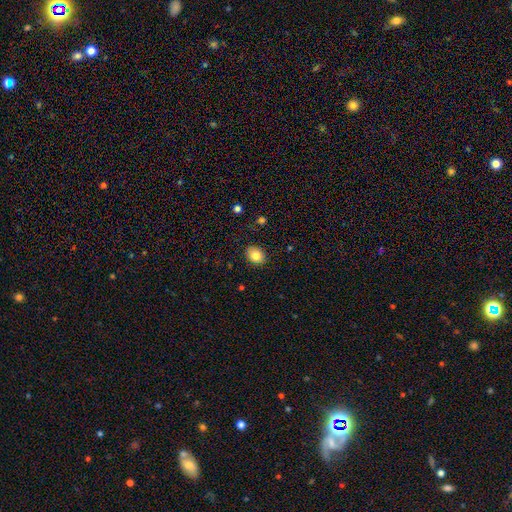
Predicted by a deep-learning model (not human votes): Smooth or featured? smooth (84%)
How rounded? in between (53%)
Merging? none (88%)